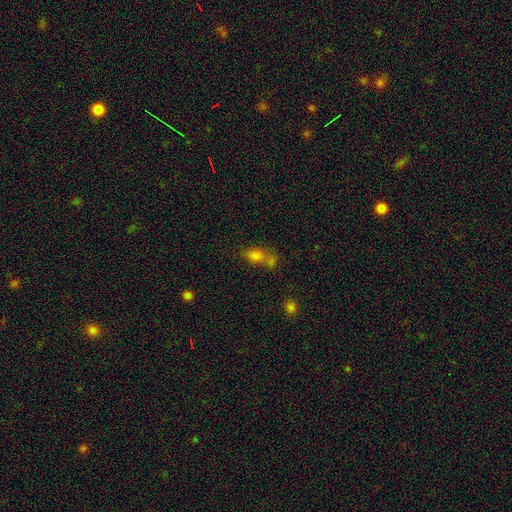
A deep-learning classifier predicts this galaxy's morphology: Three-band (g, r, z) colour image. It shows a smooth galaxy with no disk features (74%) that is in between round and cigar-shaped (76%). Merging: merger (47%).